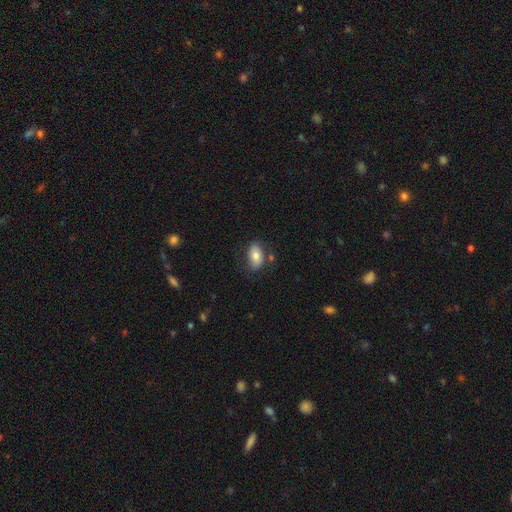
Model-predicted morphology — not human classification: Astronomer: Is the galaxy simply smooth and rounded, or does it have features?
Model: smooth — 77%.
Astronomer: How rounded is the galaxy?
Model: in between — 92%.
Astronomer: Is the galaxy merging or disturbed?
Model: none — 73%.